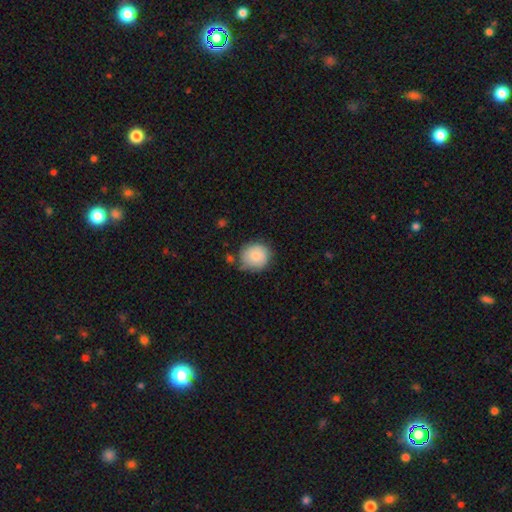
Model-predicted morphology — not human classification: Q: Smooth or featured?
A: smooth (82%); runner-up: featured or disk (11%)
Q: How rounded?
A: round (88%); runner-up: in between (11%)
Q: Merging?
A: none (66%); runner-up: minor disturbance (24%)